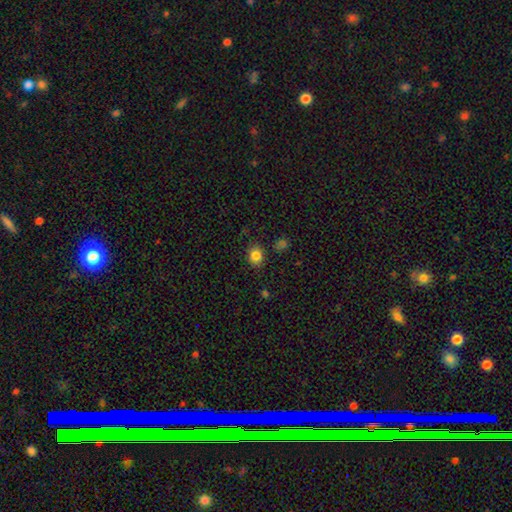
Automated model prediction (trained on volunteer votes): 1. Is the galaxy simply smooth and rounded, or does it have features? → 84% smooth, 11% star or artifact, 5% featured or disk.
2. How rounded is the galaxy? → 65% round, 34% in between, 1% cigar-shaped.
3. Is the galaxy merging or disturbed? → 83% none, 11% minor disturbance, 3% major disturbance, 3% merger.